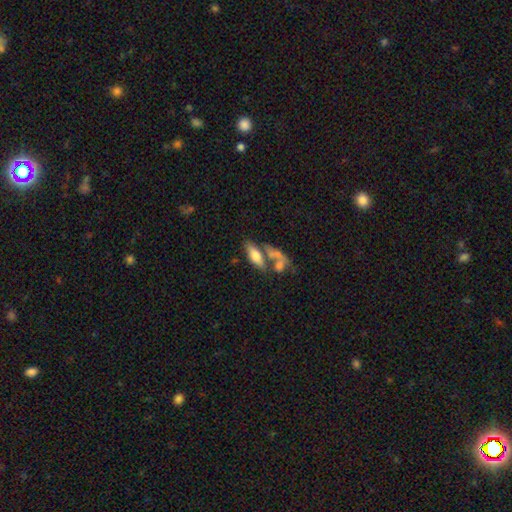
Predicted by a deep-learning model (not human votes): A smooth galaxy with no disk features (65%) that is in between round and cigar-shaped (72%).

Vote fractions:
- Smooth or featured? smooth: 65% / featured or disk: 27% / star or artifact: 8%
- How rounded? in between: 72% / cigar-shaped: 24% / round: 4%
- Merging? merger: 41% / none: 39% / minor disturbance: 12% / major disturbance: 8%